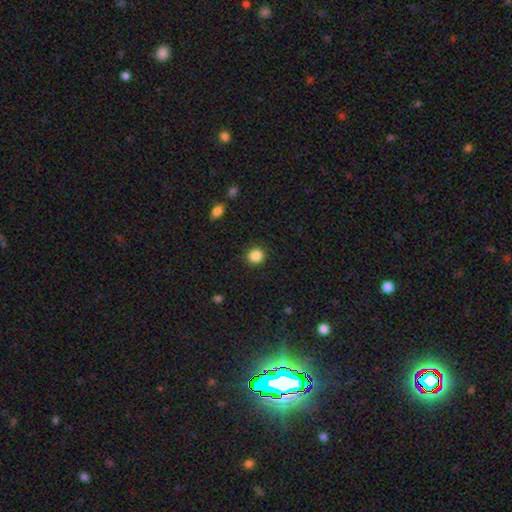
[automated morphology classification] Q: Smooth or featured?
A: smooth (86%); runner-up: star or artifact (10%)
Q: How rounded?
A: round (81%); runner-up: in between (18%)
Q: Merging?
A: none (89%); runner-up: minor disturbance (7%)